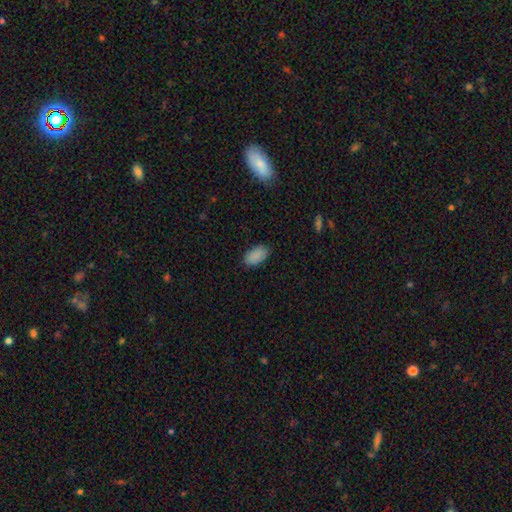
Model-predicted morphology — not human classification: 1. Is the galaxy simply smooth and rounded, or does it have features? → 89% smooth, 8% star or artifact, 3% featured or disk.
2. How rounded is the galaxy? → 94% in between, 4% round, 2% cigar-shaped.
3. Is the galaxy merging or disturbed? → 86% none, 11% minor disturbance, 2% major disturbance, 1% merger.